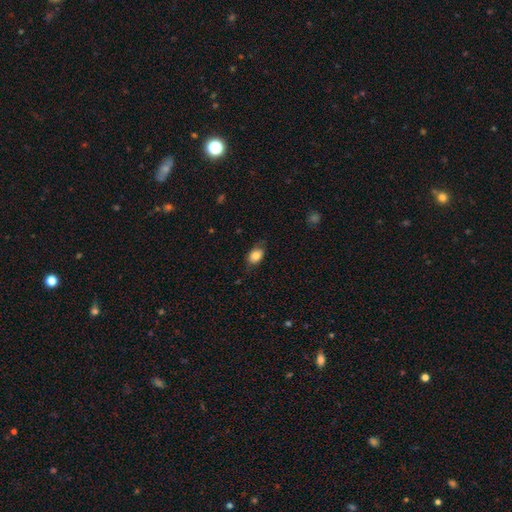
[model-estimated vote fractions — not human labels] A smooth galaxy with no disk features (83%) that is in between round and cigar-shaped (81%).

Vote fractions:
- Smooth or featured? smooth: 83% / featured or disk: 9% / star or artifact: 8%
- How rounded? in between: 81% / round: 17% / cigar-shaped: 2%
- Merging? none: 72% / minor disturbance: 21% / major disturbance: 5% / merger: 1%